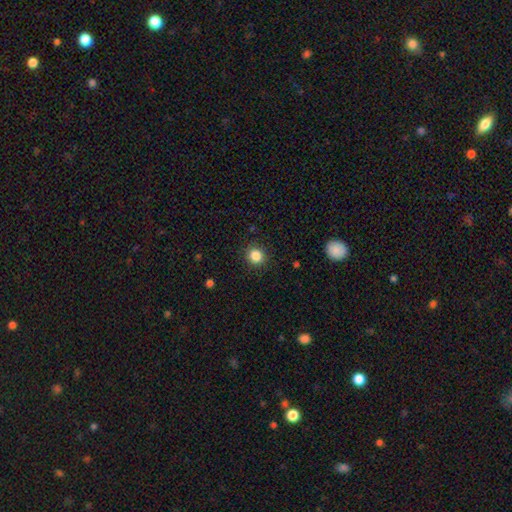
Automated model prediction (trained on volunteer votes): This is clearly a smooth galaxy (85%). How rounded: clearly round (88%). Merging: clearly none (90%).